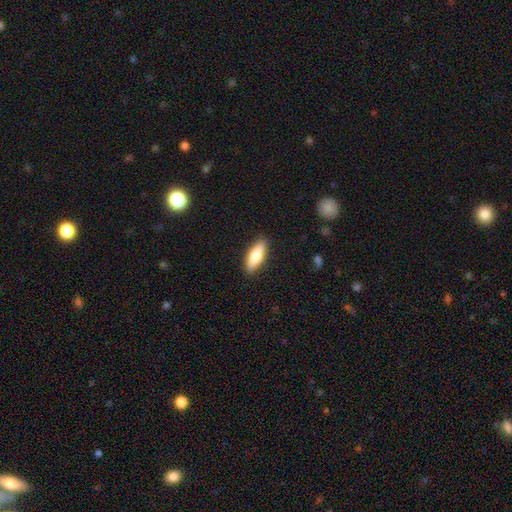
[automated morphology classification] smooth_or_featured: smooth (p=0.83) [alt: featured or disk p=0.12]
how_rounded: in between (p=0.64) [alt: cigar-shaped p=0.34]
merging: none (p=0.89) [alt: minor disturbance p=0.08]